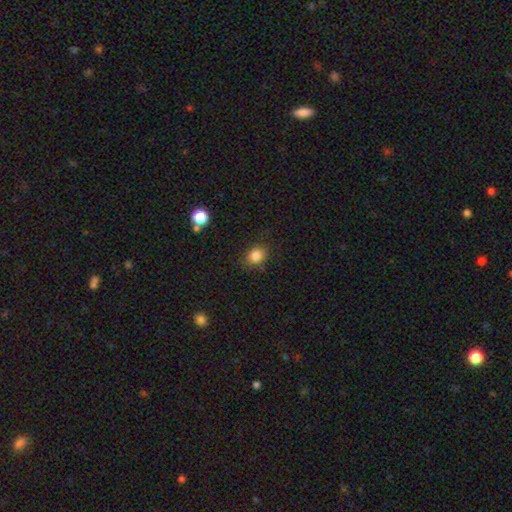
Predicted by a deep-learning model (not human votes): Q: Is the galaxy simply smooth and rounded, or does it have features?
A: smooth — 84%.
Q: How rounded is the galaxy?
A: round — 57%.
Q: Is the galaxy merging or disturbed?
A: none — 82%.